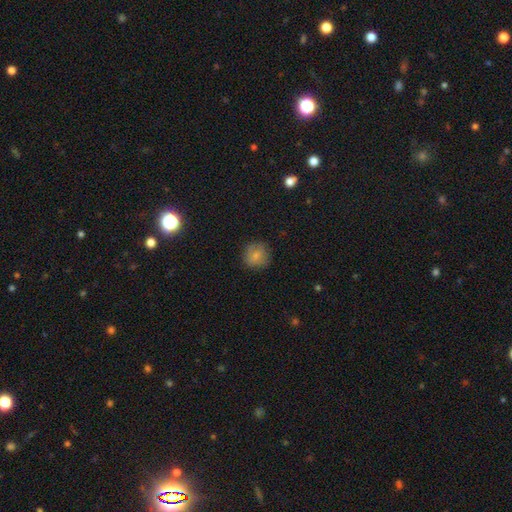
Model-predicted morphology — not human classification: Smooth or featured: smooth — 79% (featured or disk — 12%)
How rounded: round — 90% (in between — 9%)
Merging: none — 82% (minor disturbance — 13%)